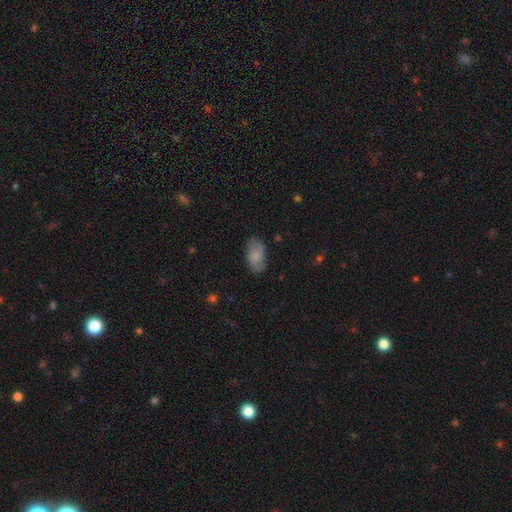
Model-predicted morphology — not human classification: This is likely a smooth galaxy (77%). How rounded: clearly in between (93%). Merging: likely none (73%).